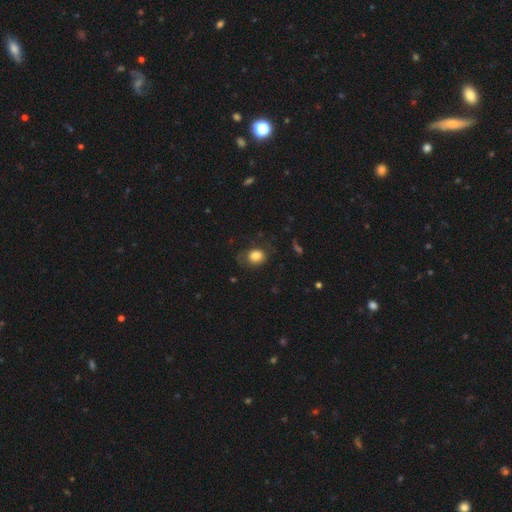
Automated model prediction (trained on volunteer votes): Morphology: type=smooth (81%); roundness=round (52%); merging=none (67%).